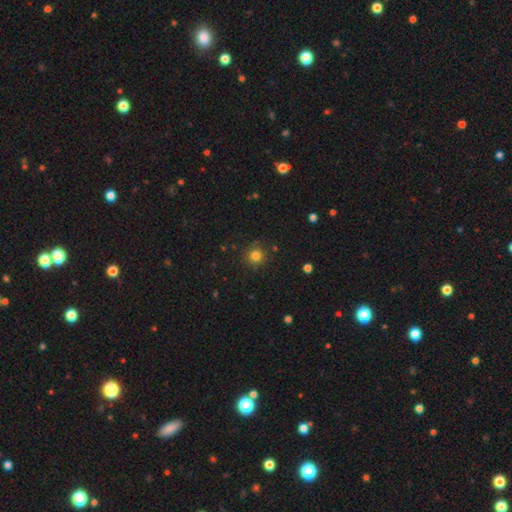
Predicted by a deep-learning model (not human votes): Smooth or featured? Predicted: smooth (p=0.81). How rounded? Predicted: round (p=0.93). Merging? Predicted: none (p=0.86).